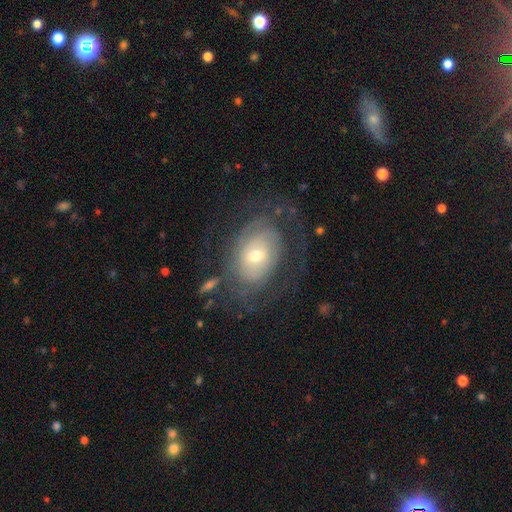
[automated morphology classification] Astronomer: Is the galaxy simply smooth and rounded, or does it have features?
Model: featured or disk — 69%.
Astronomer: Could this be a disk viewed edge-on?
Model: no — 95%.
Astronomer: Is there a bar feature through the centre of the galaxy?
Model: no — 71%.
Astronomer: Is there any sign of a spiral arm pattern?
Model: yes — 74%.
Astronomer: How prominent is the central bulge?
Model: moderate — 53% (runner-up: small, 40%).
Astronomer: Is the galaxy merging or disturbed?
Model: none — 58%.